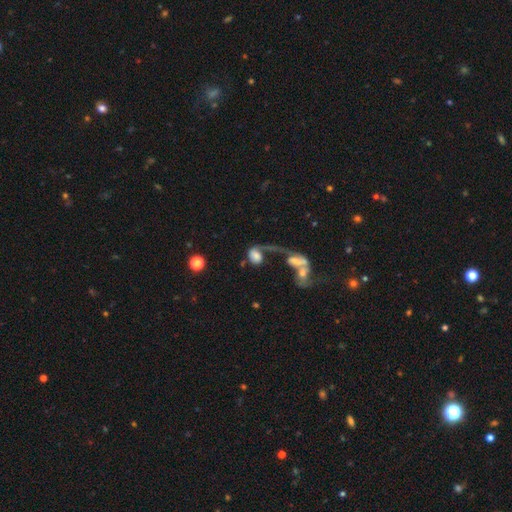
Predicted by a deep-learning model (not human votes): This is possibly a smooth galaxy (55%). How rounded: likely in between (69%). Merging: possibly merger (48%).